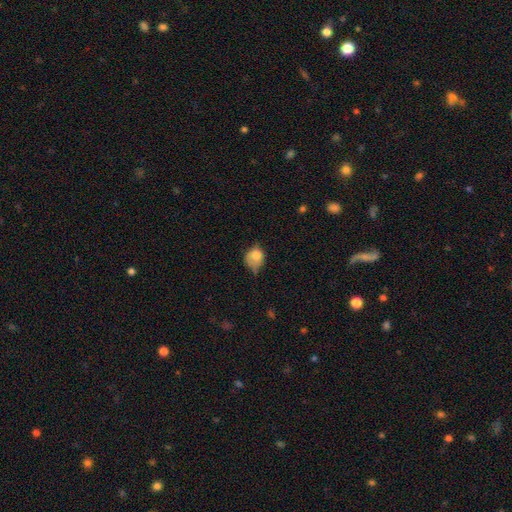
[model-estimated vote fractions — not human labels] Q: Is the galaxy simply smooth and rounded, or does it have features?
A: smooth — 74%.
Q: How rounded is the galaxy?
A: in between — 50%.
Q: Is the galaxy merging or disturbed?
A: minor disturbance — 43%.